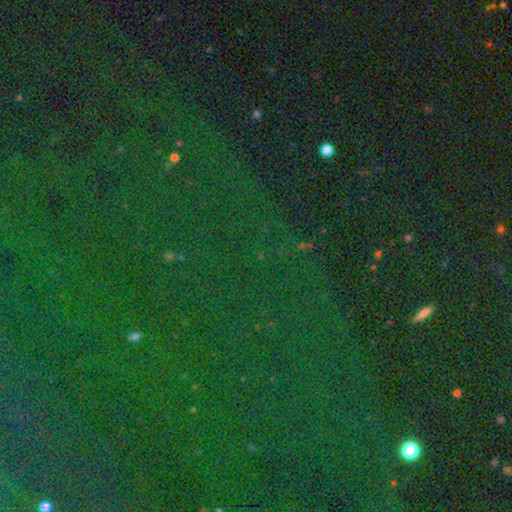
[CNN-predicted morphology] smooth-or-featured: star or artifact: 81% | smooth: 11% | featured or disk: 7%